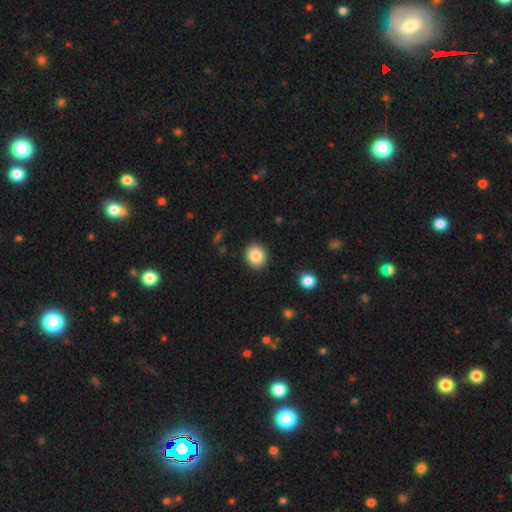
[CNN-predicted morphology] This is clearly a smooth galaxy (86%). How rounded: likely round (72%). Merging: clearly none (90%).